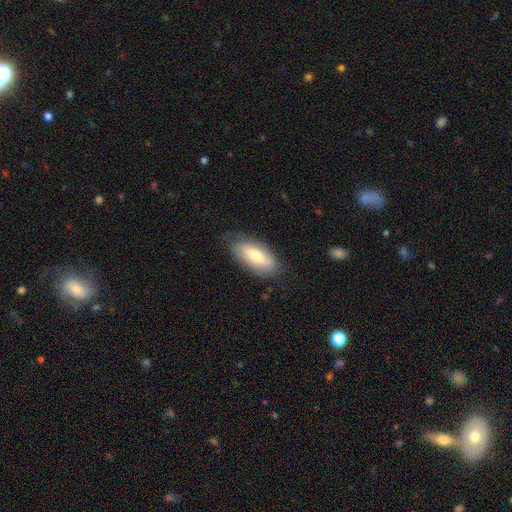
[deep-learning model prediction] smooth_or_featured: smooth (p=0.69) [alt: featured or disk p=0.25]
how_rounded: in between (p=0.84) [alt: cigar-shaped p=0.13]
merging: none (p=0.74) [alt: minor disturbance p=0.20]